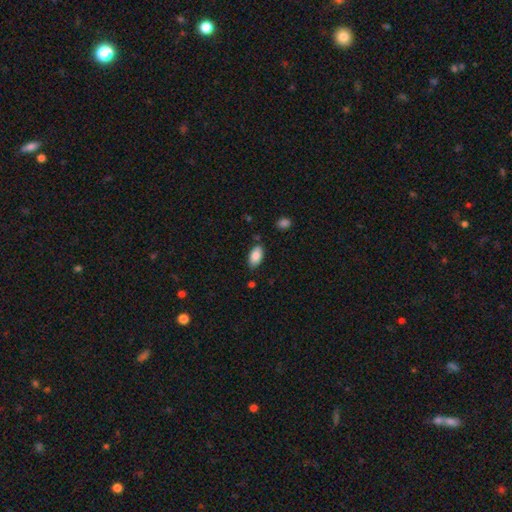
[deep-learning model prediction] Smooth or featured? Predicted: smooth (p=0.87). How rounded? Predicted: in between (p=0.94). Merging? Predicted: none (p=0.81).